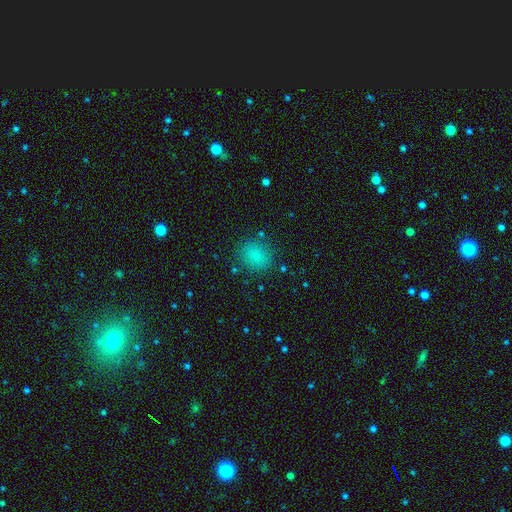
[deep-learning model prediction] Overall: smooth (82%). How rounded: round (69%). Merging: none (84%).